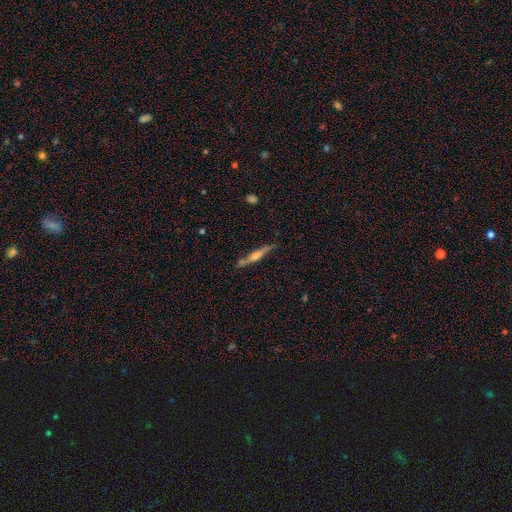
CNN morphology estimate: This is likely a featured or disk galaxy (74%). It is clearly viewed edge-on (97%). Edge-on bulge: clearly rounded (86%). Merging: clearly none (82%).